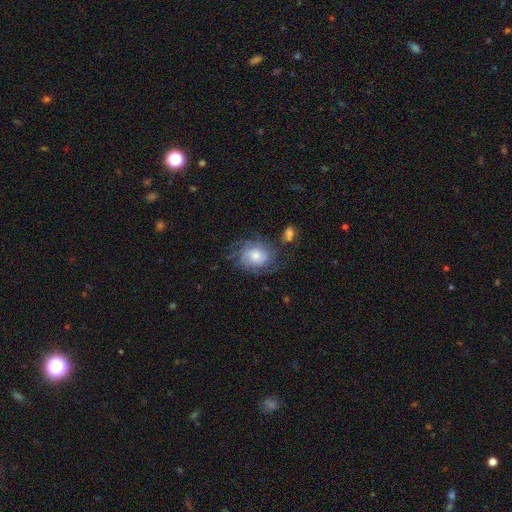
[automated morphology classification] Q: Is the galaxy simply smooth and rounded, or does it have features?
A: featured or disk — 62%.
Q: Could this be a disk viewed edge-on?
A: no — 97%.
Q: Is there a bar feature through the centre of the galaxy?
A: no — 76%.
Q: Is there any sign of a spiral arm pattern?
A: yes — 86%.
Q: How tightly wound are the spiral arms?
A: tight — 55%.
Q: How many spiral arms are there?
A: can't tell — 48%.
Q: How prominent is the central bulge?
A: moderate — 50%.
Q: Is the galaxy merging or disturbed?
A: none — 61%.